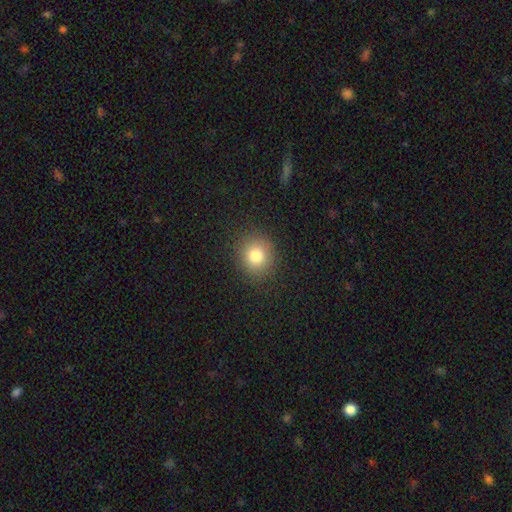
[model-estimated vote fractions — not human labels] A smooth galaxy with no disk features (81%) that is round (83%). Merging: none (89%).